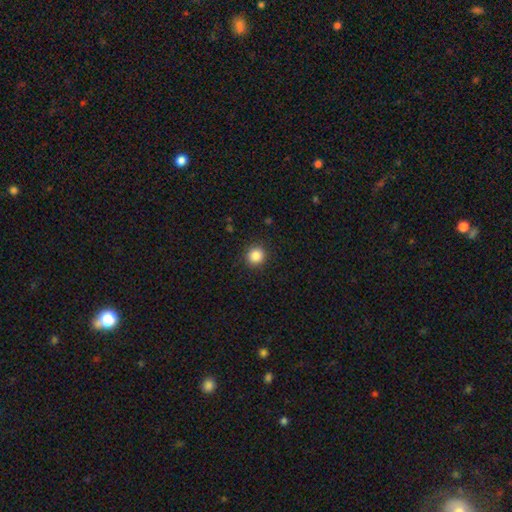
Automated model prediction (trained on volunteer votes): This is clearly a smooth galaxy (87%). How rounded: clearly round (92%). Merging: clearly none (91%).